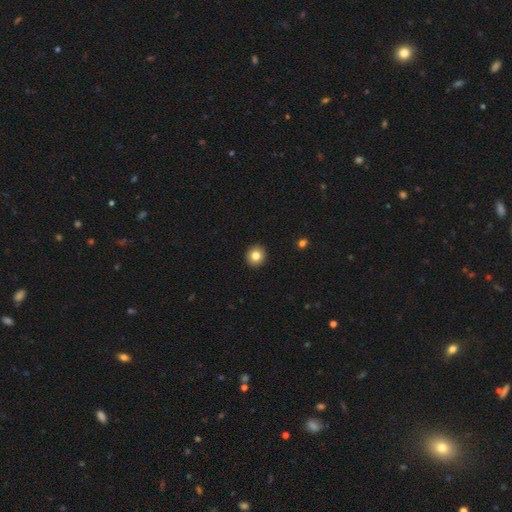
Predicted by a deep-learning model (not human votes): Smooth or featured: smooth — 81% (star or artifact — 10%)
How rounded: round — 91% (in between — 8%)
Merging: none — 93% (minor disturbance — 4%)